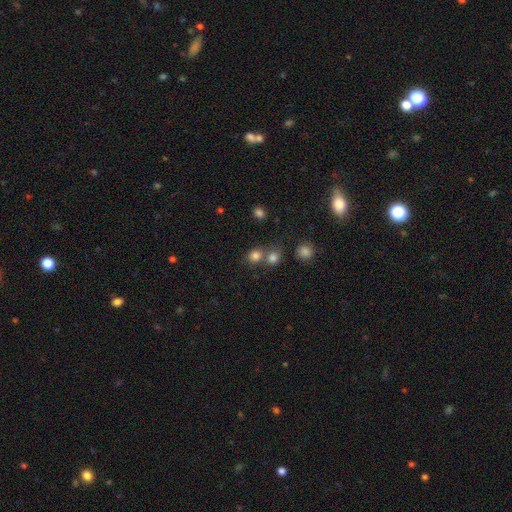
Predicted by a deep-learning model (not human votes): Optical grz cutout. It shows a smooth galaxy with no disk features (79%) that is round (81%). Merging: none (55%).